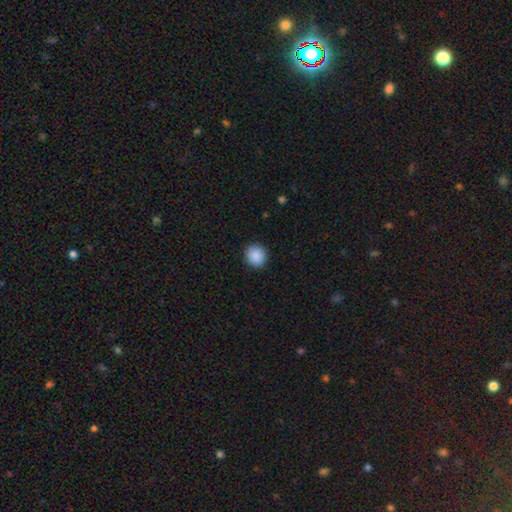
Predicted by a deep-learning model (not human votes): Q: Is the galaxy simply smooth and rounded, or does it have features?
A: smooth — 89%.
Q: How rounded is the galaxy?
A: round — 88%.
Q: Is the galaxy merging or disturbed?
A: none — 91%.